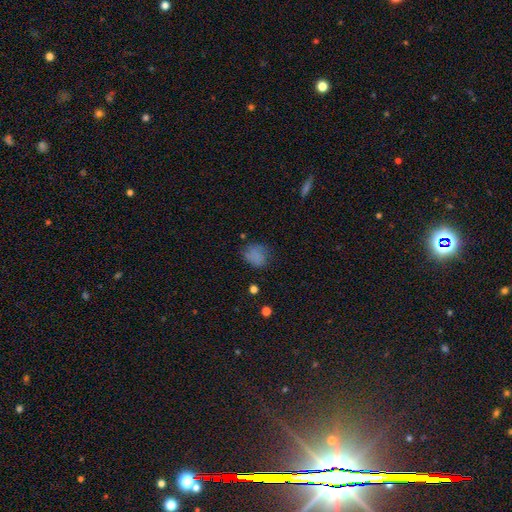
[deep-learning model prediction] Overall: smooth (78%). How rounded: round (62%; in between 37%). Merging: none (63%; minor disturbance 24%).